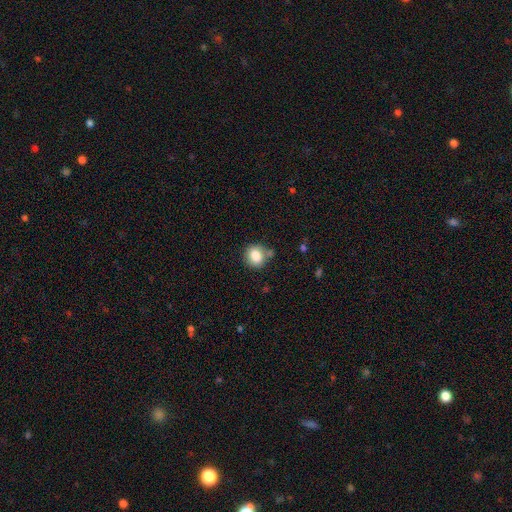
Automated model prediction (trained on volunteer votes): Morphology: type=smooth (84%); roundness=round (79%); merging=none (73%).